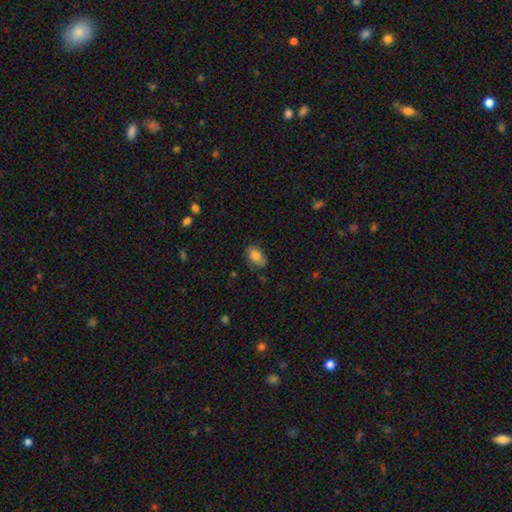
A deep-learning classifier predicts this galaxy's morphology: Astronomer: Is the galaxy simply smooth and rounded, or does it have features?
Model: smooth — 79%.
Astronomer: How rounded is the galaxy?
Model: in between — 90%.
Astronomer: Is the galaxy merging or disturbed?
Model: none — 69%.